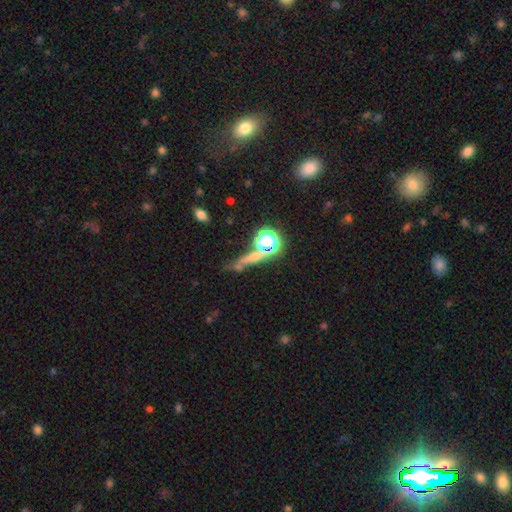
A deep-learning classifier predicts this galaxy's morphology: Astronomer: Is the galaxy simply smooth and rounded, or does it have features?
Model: star or artifact — 50% (runner-up: smooth, 30%).